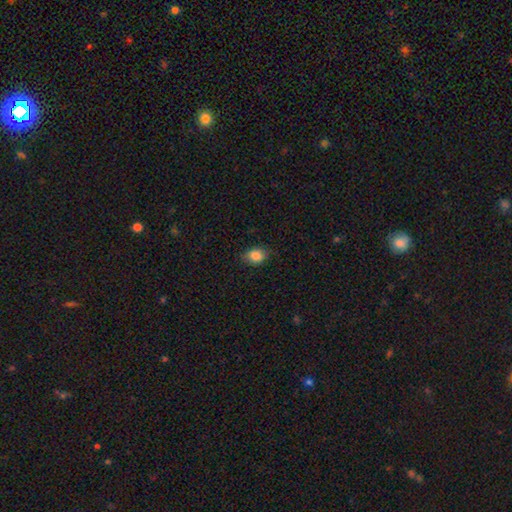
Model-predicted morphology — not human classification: Overall: smooth (85%). How rounded: in between (74%). Merging: none (77%).